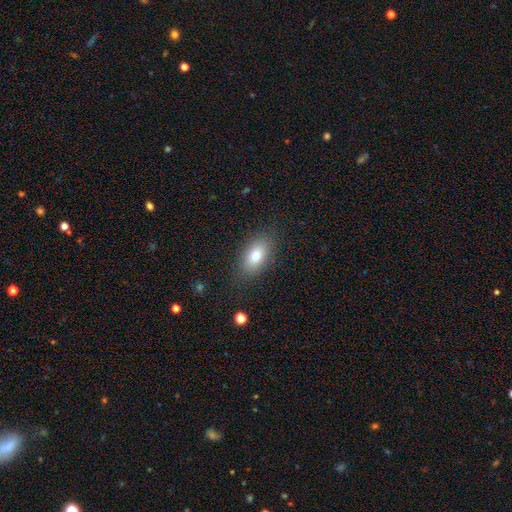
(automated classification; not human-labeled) smooth-or-featured: smooth: 77% | featured or disk: 14% | star or artifact: 9%
  how-rounded: in between: 89% | round: 8% | cigar-shaped: 4%
  merging: none: 83% | minor disturbance: 12% | major disturbance: 4% | merger: 1%